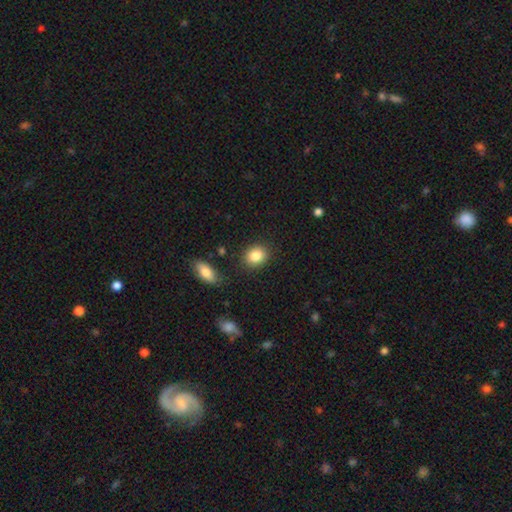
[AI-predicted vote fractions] This is clearly a smooth galaxy (85%). How rounded: possibly round (52%). Merging: clearly none (85%).